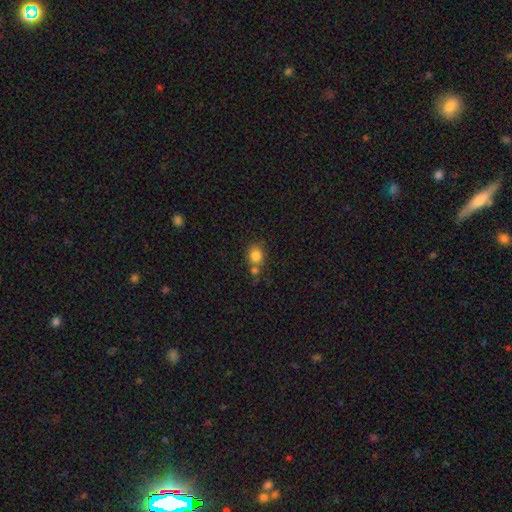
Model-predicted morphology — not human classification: This is clearly a smooth galaxy (82%). How rounded: likely round (73%). Merging: possibly none (52%).